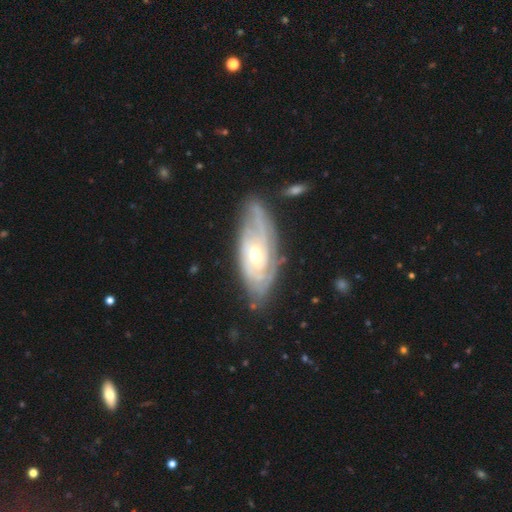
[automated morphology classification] Smooth or featured? Predicted: featured or disk (p=0.86). Edge-on disk? Predicted: no (p=0.90). Bar? Predicted: no (p=0.62). Spiral arms? Predicted: yes (p=0.93). Spiral winding? Predicted: tight (p=0.71). Spiral arm count? Predicted: can't tell (p=0.41). Bulge size? Predicted: moderate (p=0.68). Merging? Predicted: none (p=0.73).